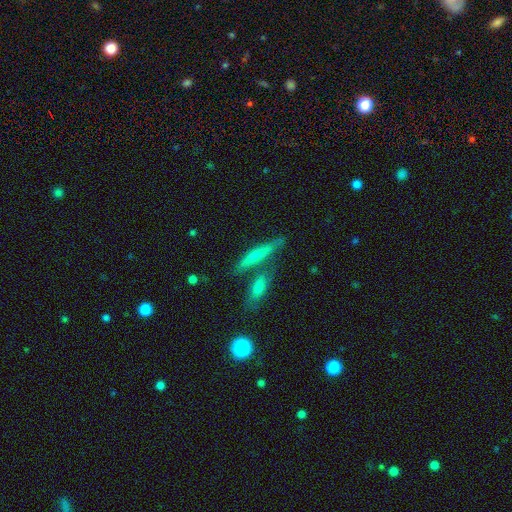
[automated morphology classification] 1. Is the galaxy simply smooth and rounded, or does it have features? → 59% smooth, 33% featured or disk, 8% star or artifact.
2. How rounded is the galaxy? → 83% cigar-shaped, 13% in between, 3% round.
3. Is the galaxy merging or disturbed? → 61% none, 23% merger, 11% minor disturbance, 4% major disturbance.